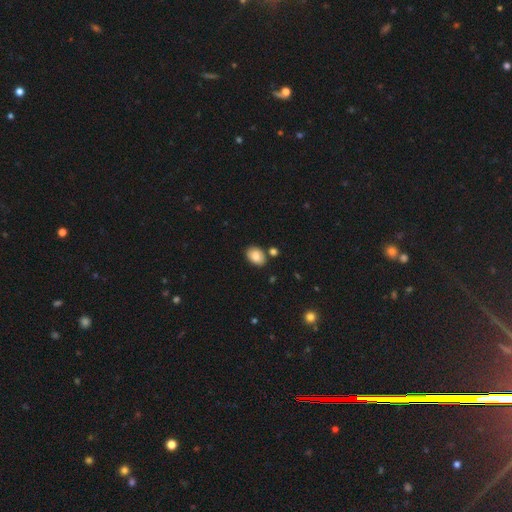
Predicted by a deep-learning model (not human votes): Smooth or featured? smooth (82%)
How rounded? in between (78%)
Merging? none (78%)